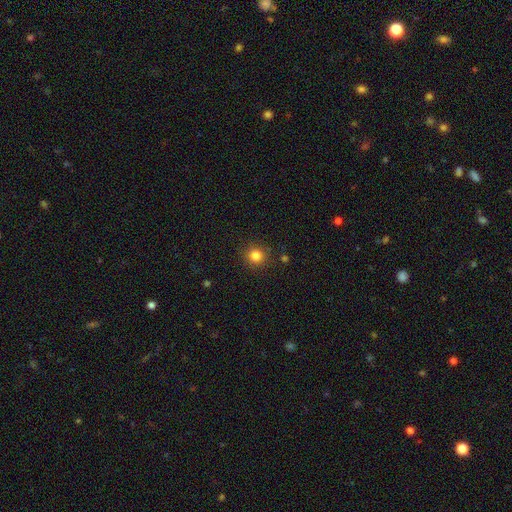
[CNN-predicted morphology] smooth_or_featured: smooth (p=0.83) [alt: star or artifact p=0.12]
how_rounded: round (p=0.90) [alt: in between p=0.09]
merging: none (p=0.88) [alt: minor disturbance p=0.08]